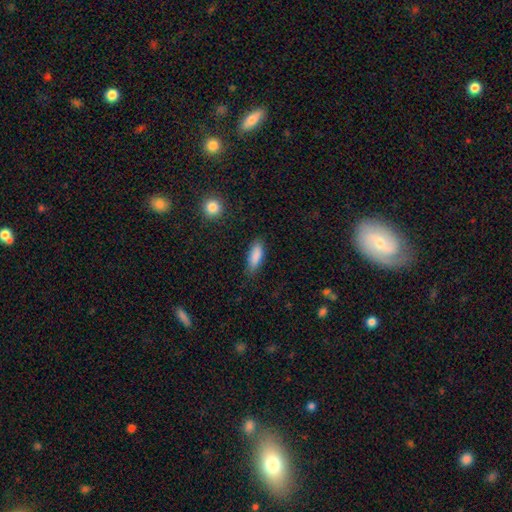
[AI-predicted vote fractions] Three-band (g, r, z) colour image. It shows a smooth galaxy with no disk features (87%) that is in between round and cigar-shaped (66%). Merging: none (80%).